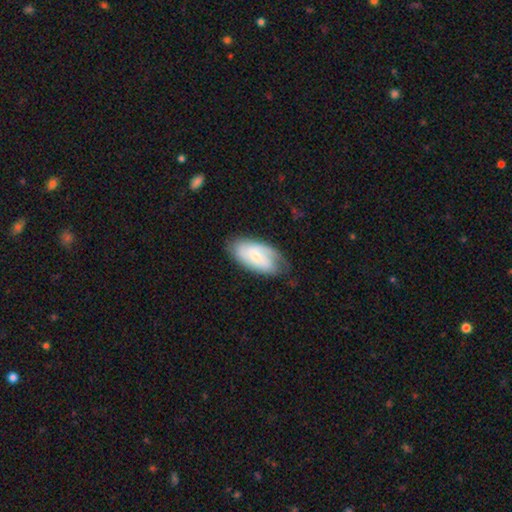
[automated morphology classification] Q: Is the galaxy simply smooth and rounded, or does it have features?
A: featured or disk — 48%.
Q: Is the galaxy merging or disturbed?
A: none — 62%.